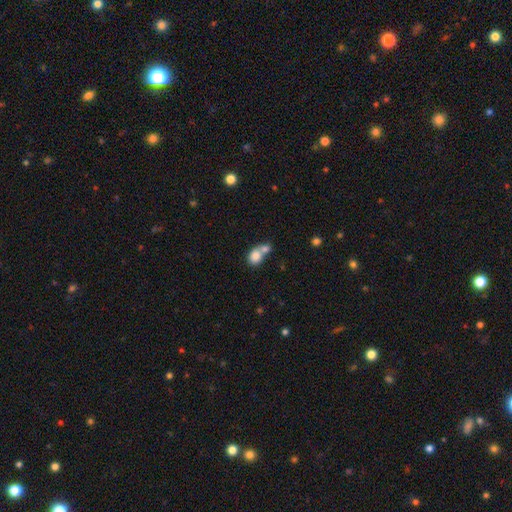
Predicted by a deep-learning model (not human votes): smooth_or_featured: smooth (p=0.80) [alt: featured or disk p=0.12]
how_rounded: round (p=0.56) [alt: in between p=0.42]
merging: merger (p=0.63) [alt: none p=0.27]